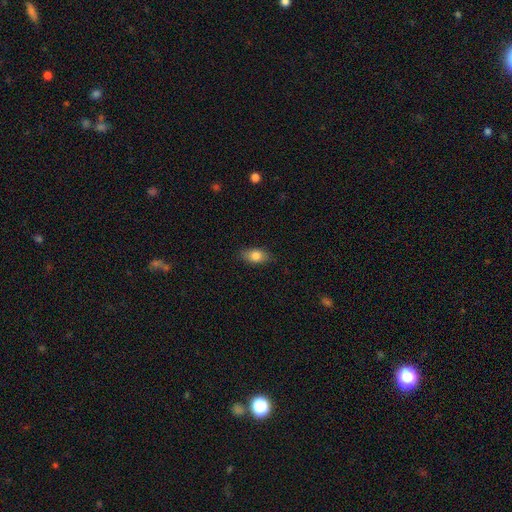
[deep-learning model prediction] This appears to be a smooth galaxy with no disk features (82%) that is in between round and cigar-shaped (87%). Merging: none (85%).